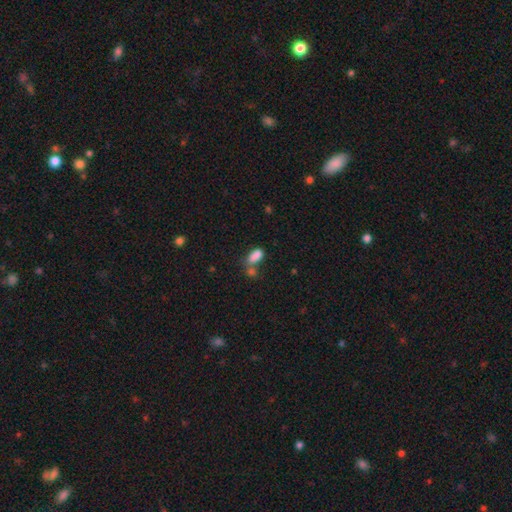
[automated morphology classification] Smooth or featured: smooth — 82% (star or artifact — 11%)
How rounded: in between — 88% (cigar-shaped — 7%)
Merging: merger — 42% (none — 36%)